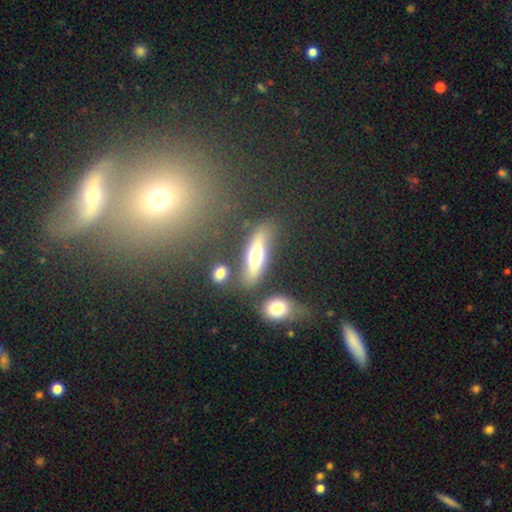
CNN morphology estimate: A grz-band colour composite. It shows a smooth galaxy with no disk features (54%) that is cigar-shaped (56%). Merging: none (71%).